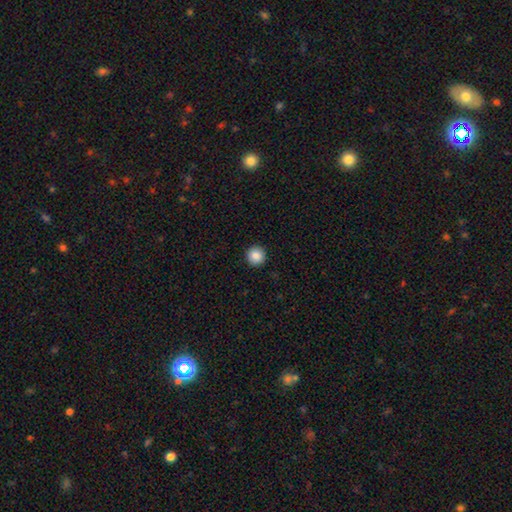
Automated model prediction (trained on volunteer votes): A smooth galaxy with no disk features (87%) that is round (96%). Merging: none (93%).